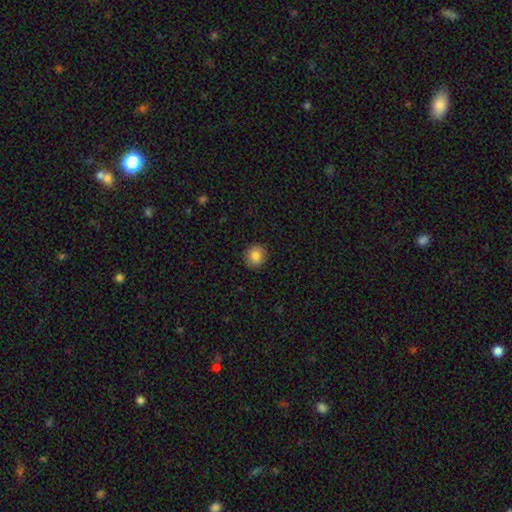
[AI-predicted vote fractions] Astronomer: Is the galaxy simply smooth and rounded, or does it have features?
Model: smooth — 85%.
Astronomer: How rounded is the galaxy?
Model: round — 89%.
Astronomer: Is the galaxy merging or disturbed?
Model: none — 91%.